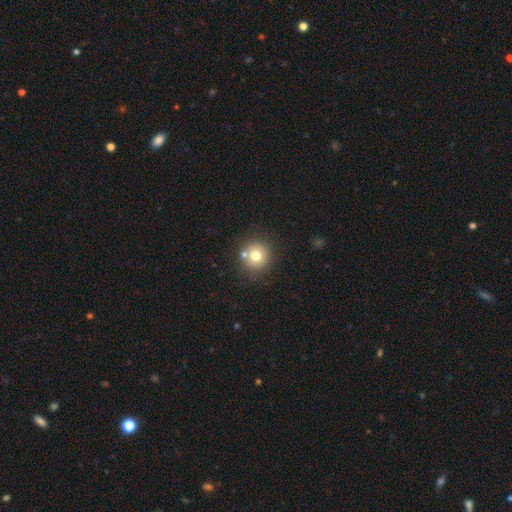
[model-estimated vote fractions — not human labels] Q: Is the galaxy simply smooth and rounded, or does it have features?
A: smooth — 73%.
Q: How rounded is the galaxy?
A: round — 93%.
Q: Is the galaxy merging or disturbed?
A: none — 74%.